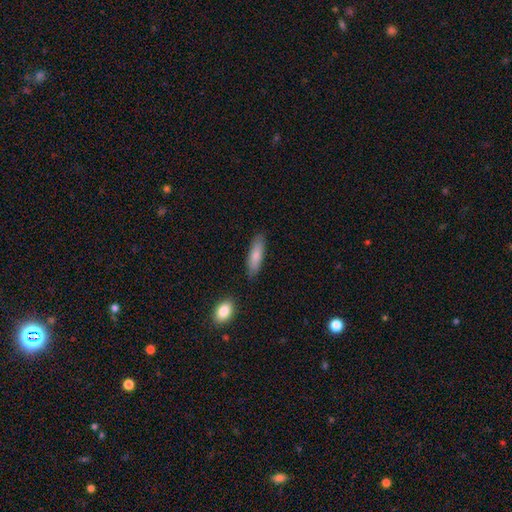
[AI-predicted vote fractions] The model was most divided on "how rounded": cigar-shaped: 54%, in between: 45%, round: 2%. More confident: merging — none (82%); smooth or featured — smooth (81%).